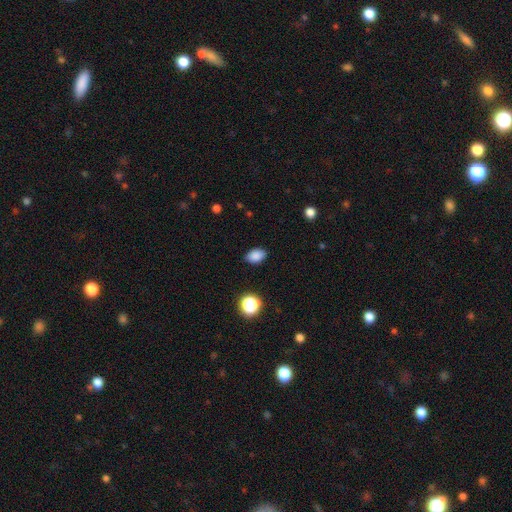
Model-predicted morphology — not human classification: This appears to be a smooth galaxy with no disk features (85%) that is in between round and cigar-shaped (86%). Merging: none (87%).